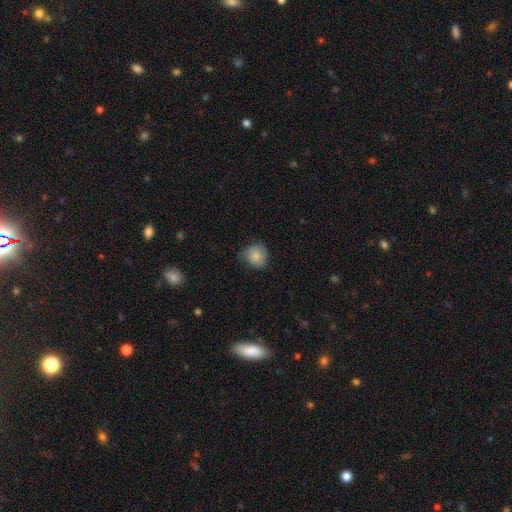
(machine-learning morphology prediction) The model was most divided on "merging": none: 65%, minor disturbance: 28%, major disturbance: 6%, merger: 1%. More confident: smooth or featured — smooth (84%); how rounded — round (82%).